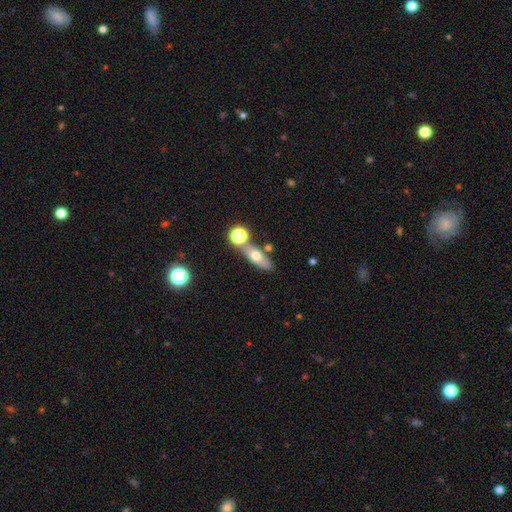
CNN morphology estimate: Smooth or featured: smooth — 58% (featured or disk — 32%)
How rounded: in between — 60% (cigar-shaped — 30%)
Merging: none — 67% (merger — 17%)